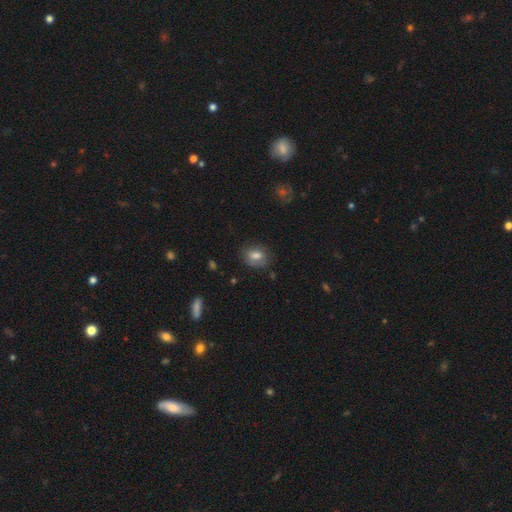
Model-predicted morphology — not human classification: The model was most divided on "how rounded": in between: 62%, round: 36%, cigar-shaped: 1%. More confident: smooth or featured — smooth (74%); merging — none (74%).